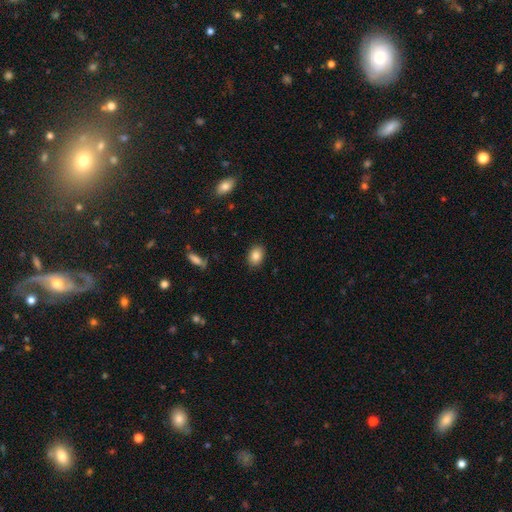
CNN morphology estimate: A smooth galaxy with no disk features (85%) that is in between round and cigar-shaped (76%).

Vote fractions:
- Smooth or featured? smooth: 85% / star or artifact: 8% / featured or disk: 7%
- How rounded? in between: 76% / round: 23% / cigar-shaped: 1%
- Merging? none: 88% / minor disturbance: 9% / major disturbance: 2% / merger: 1%